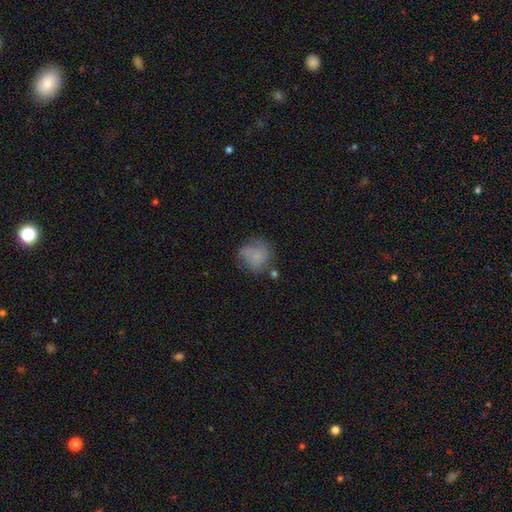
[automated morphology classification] Smooth or featured?
  - smooth: 48% *
  - featured or disk: 42%
  - star or artifact: 11%
Merging?
  - none: 57% *
  - minor disturbance: 24%
  - major disturbance: 15%
  - merger: 4%